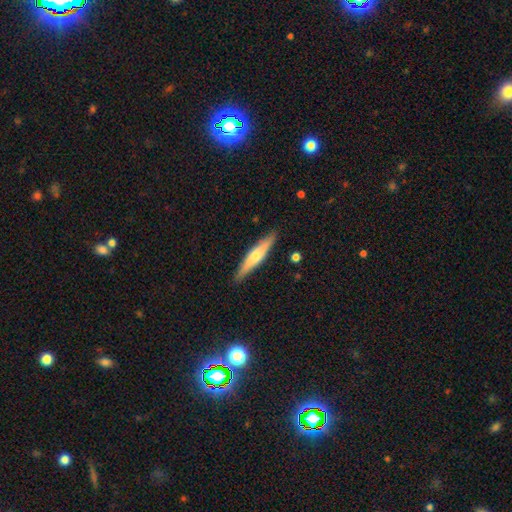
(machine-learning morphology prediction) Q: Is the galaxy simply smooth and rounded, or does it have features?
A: featured or disk — 49%.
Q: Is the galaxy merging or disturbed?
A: none — 89%.